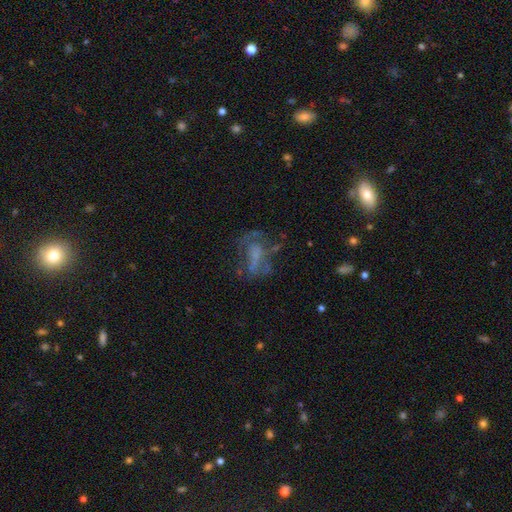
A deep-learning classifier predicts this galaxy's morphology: smooth_or_featured: featured or disk (p=0.52) [alt: smooth p=0.29]
disk_edge_on: no (p=0.96) [alt: yes p=0.04]
bar: no (p=0.69) [alt: weak p=0.23]
has_spiral_arms: no (p=0.68) [alt: yes p=0.32]
bulge_size: none (p=0.57) [alt: small p=0.23]
merging: none (p=0.40) [alt: major disturbance p=0.36]